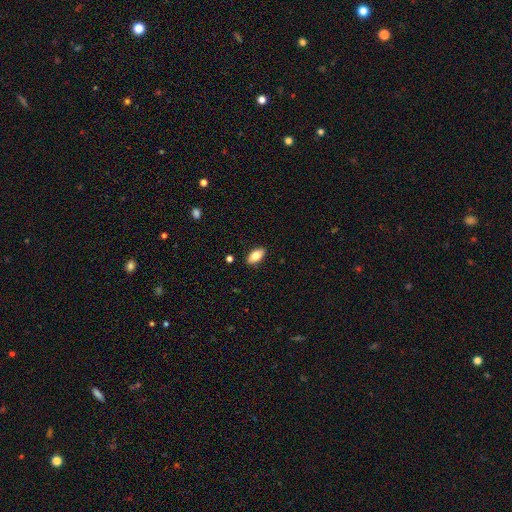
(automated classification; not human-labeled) A smooth galaxy with no disk features (81%) that is in between round and cigar-shaped (91%).

Vote fractions:
- Smooth or featured? smooth: 81% / featured or disk: 13% / star or artifact: 7%
- How rounded? in between: 91% / cigar-shaped: 6% / round: 3%
- Merging? none: 89% / minor disturbance: 8% / major disturbance: 2% / merger: 1%